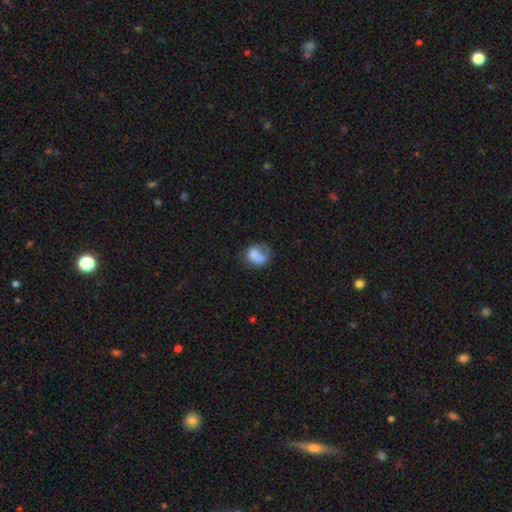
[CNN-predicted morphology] Smooth or featured: smooth — 74% (featured or disk — 18%)
How rounded: round — 57% (in between — 42%)
Merging: none — 41% (minor disturbance — 26%)